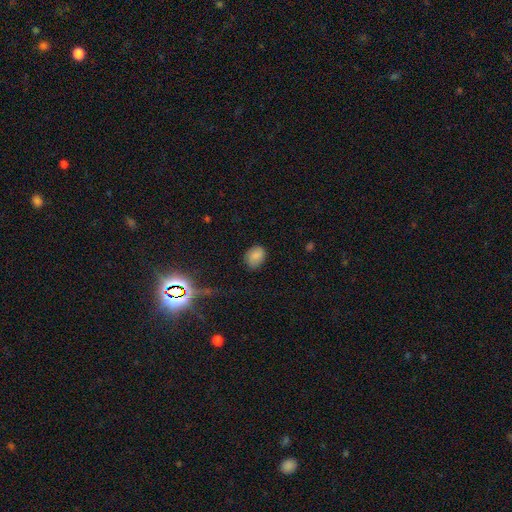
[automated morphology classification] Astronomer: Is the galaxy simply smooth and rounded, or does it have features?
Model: smooth — 83%.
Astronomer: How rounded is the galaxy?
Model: in between — 59% (runner-up: round, 40%).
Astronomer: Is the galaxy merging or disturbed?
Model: none — 79%.